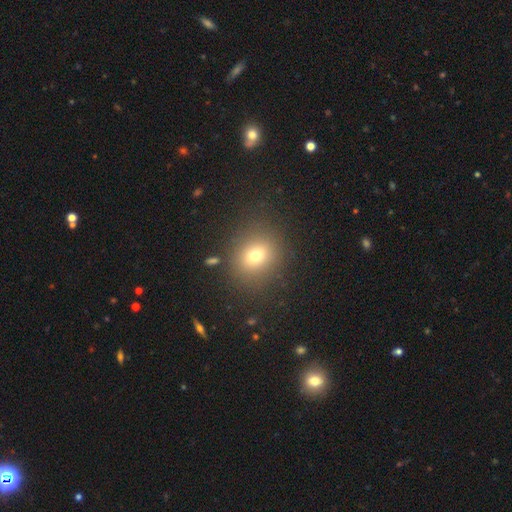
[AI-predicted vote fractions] The model was most divided on "how rounded": round: 73%, in between: 26%, cigar-shaped: 1%. More confident: merging — none (84%); smooth or featured — smooth (73%).